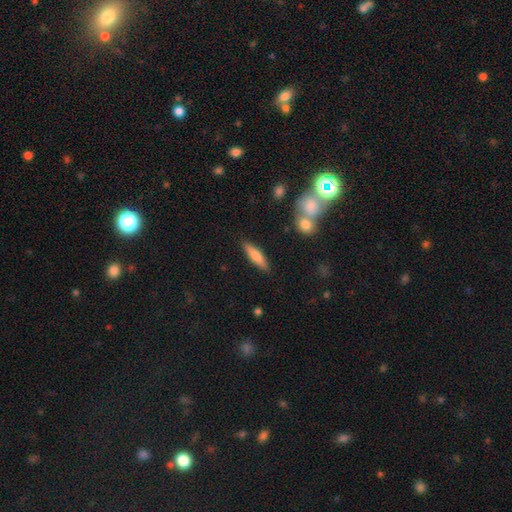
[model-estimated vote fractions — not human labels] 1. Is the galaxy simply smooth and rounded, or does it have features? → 68% smooth, 26% featured or disk, 6% star or artifact.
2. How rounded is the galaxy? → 74% cigar-shaped, 24% in between, 2% round.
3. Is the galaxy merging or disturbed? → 85% none, 9% minor disturbance, 3% merger, 2% major disturbance.